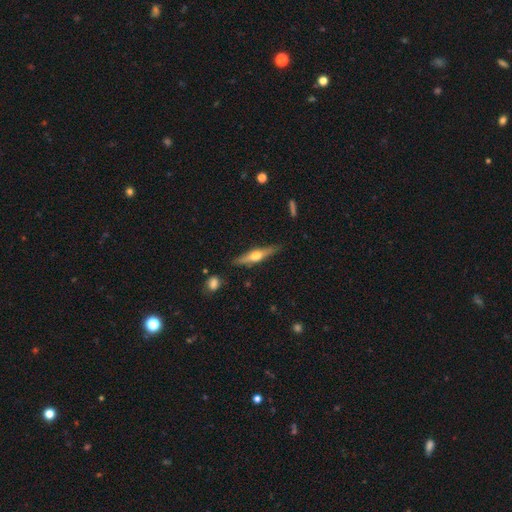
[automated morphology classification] smooth_or_featured: featured or disk (p=0.63) [alt: smooth p=0.32]
disk_edge_on: yes (p=0.95) [alt: no p=0.05]
edge_on_bulge: rounded (p=0.94) [alt: none p=0.03]
merging: none (p=0.85) [alt: minor disturbance p=0.11]